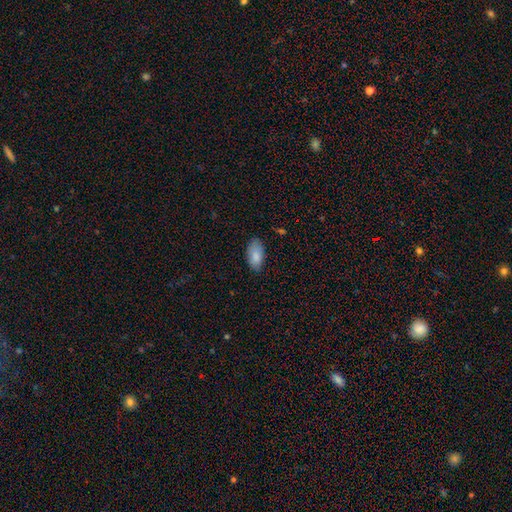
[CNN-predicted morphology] Smooth or featured? Predicted: smooth (p=0.86). How rounded? Predicted: in between (p=0.93). Merging? Predicted: none (p=0.78).